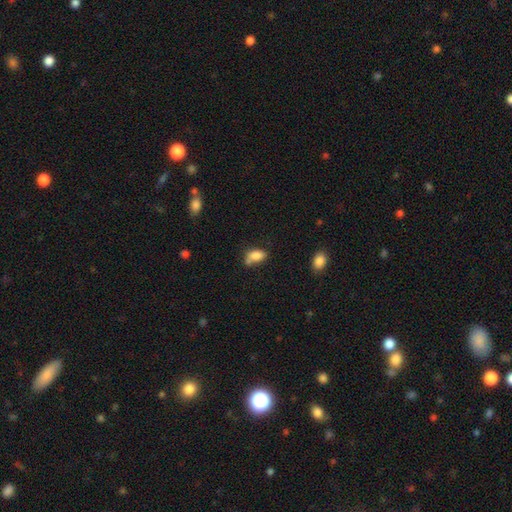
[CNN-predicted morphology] Q: Smooth or featured?
A: smooth (81%); runner-up: featured or disk (10%)
Q: How rounded?
A: in between (88%); runner-up: round (7%)
Q: Merging?
A: none (43%); runner-up: minor disturbance (28%)